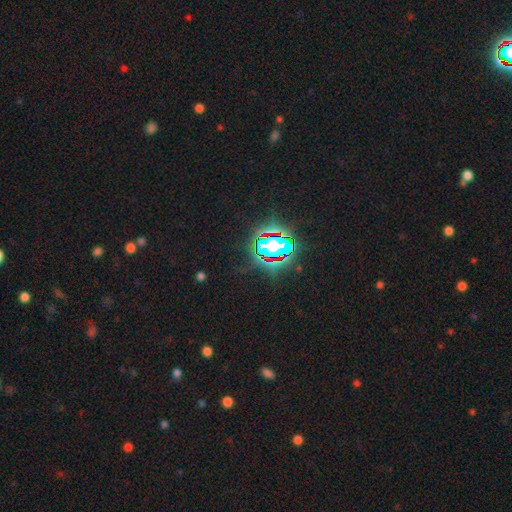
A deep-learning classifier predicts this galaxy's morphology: smooth_or_featured: star or artifact (p=0.80) [alt: smooth p=0.12]